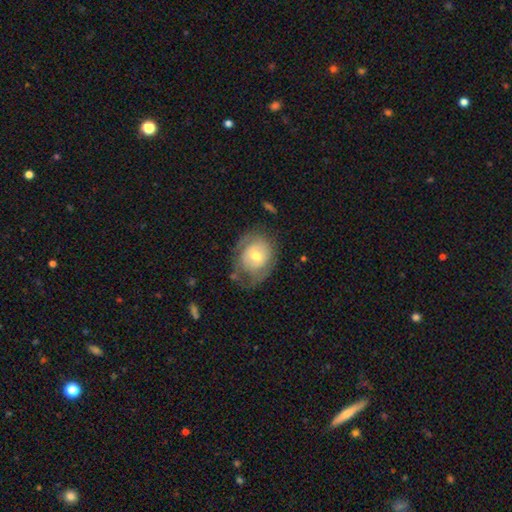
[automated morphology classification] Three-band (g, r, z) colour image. It shows a featured or disk galaxy (56%) with no bar (61%), spiral arms (55%) and a moderate central bulge (68%). Merging: none (53%).